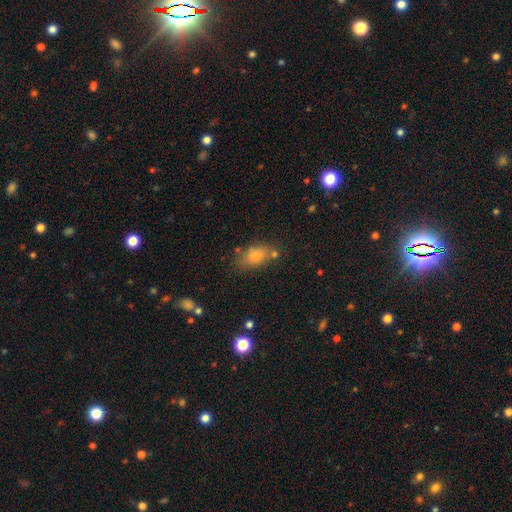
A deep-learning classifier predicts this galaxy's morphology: Overall: smooth (73%). How rounded: in between (81%). Merging: none (72%).